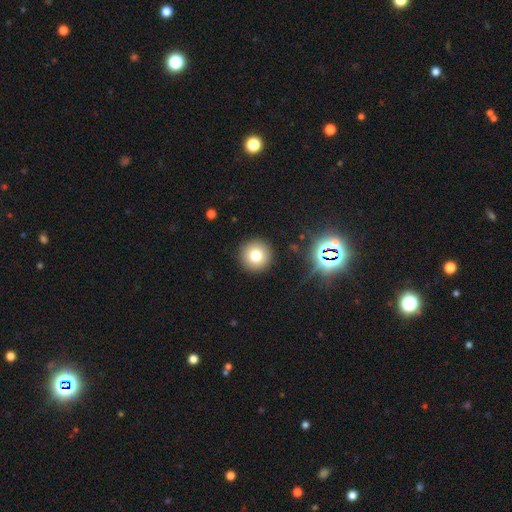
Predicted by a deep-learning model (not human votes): Smooth or featured?
  - smooth: 74% *
  - star or artifact: 15%
  - featured or disk: 10%
How rounded?
  - round: 96% *
  - in between: 3%
  - cigar-shaped: 1%
Merging?
  - none: 91% *
  - minor disturbance: 6%
  - major disturbance: 2%
  - merger: 1%